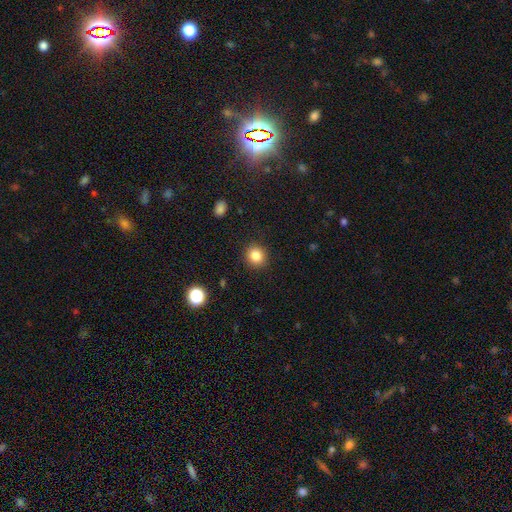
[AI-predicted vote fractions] A smooth galaxy with no disk features (84%) that is round (86%). Merging: none (90%).